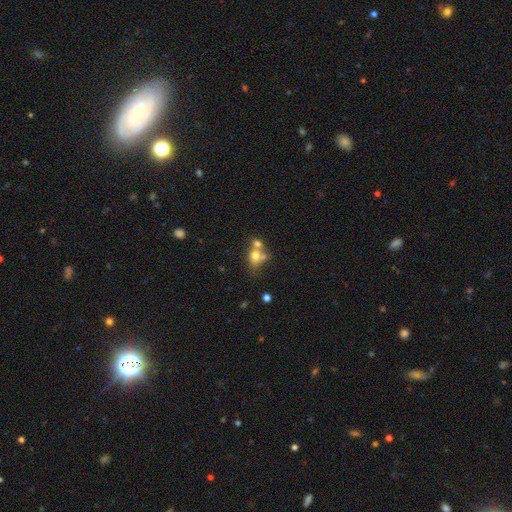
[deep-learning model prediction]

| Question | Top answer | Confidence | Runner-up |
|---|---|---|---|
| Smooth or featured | smooth | 67% | featured or disk (20%) |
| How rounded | in between | 50% | round (47%) |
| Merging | merger | 53% | none (30%) |